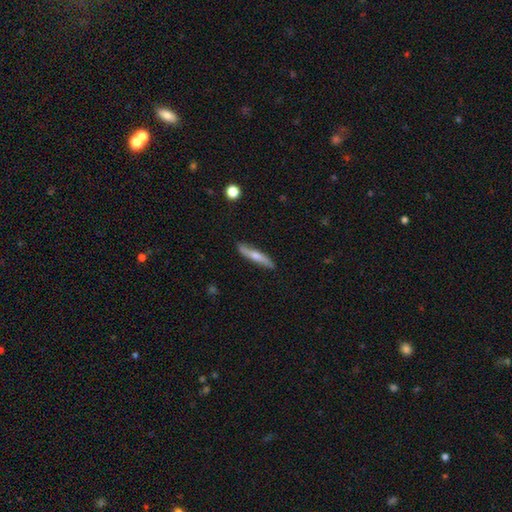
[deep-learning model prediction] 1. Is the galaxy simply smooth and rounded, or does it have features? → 55% smooth, 39% featured or disk, 6% star or artifact.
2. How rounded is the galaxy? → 89% cigar-shaped, 9% in between, 2% round.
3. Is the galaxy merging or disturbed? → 84% none, 13% minor disturbance, 2% major disturbance, 1% merger.